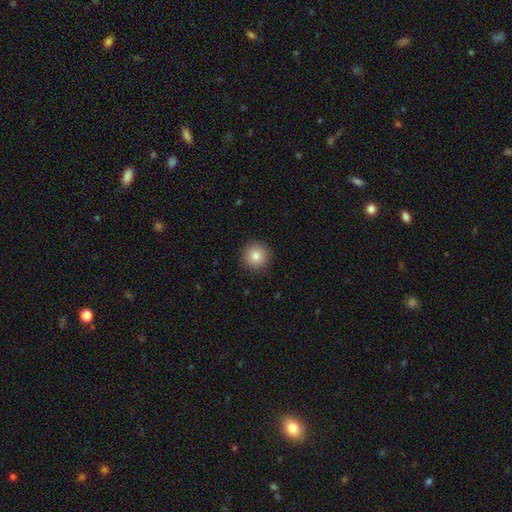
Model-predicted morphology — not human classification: Smooth or featured? Predicted: smooth (p=0.84). How rounded? Predicted: round (p=0.95). Merging? Predicted: none (p=0.92).